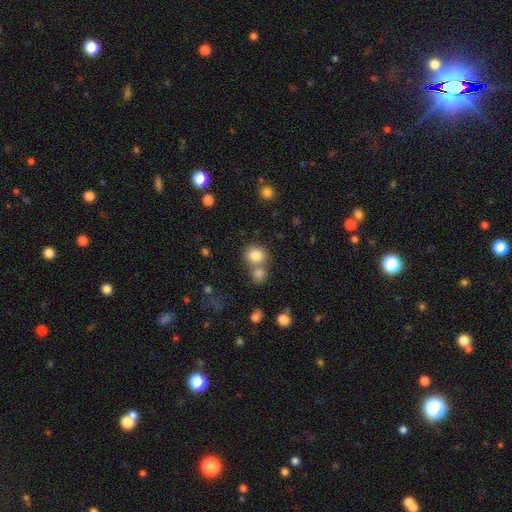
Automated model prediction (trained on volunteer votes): A smooth galaxy with no disk features (82%) that is round (81%). Merging: none (54%).